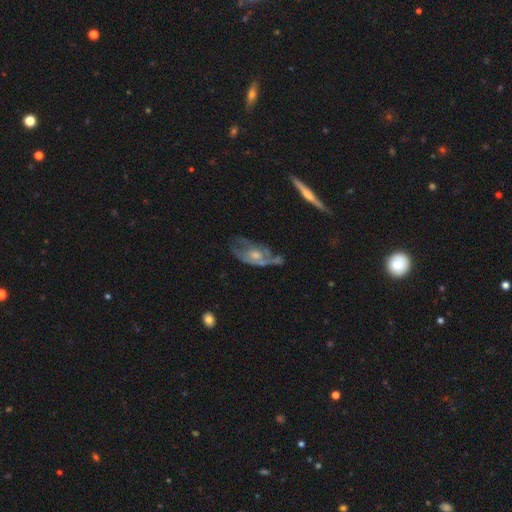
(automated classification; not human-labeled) smooth-or-featured: featured or disk: 69% | smooth: 24% | star or artifact: 7%
  disk-edge-on: no: 90% | yes: 10%
    bar: no: 79% | weak: 18% | strong: 3%
    has-spiral-arms: yes: 58% | no: 42%
    bulge-size: moderate: 55% | small: 32% | large: 7% | none: 5% | dominant: 1%
  merging: none: 38% | major disturbance: 28% | minor disturbance: 28% | merger: 6%